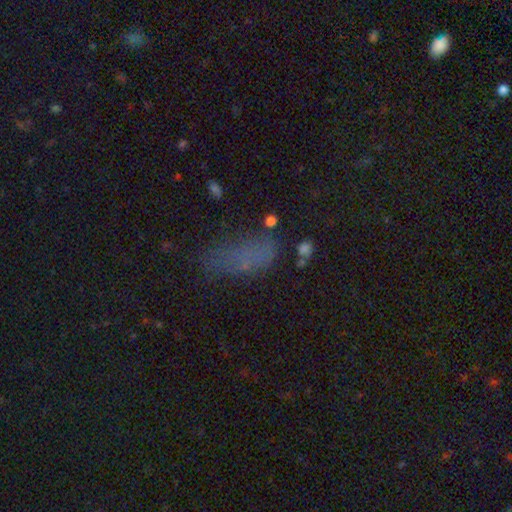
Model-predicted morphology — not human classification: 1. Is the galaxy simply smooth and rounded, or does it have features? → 61% smooth, 24% star or artifact, 15% featured or disk.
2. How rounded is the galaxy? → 75% in between, 20% cigar-shaped, 5% round.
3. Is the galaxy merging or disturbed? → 46% none, 27% minor disturbance, 22% major disturbance, 5% merger.